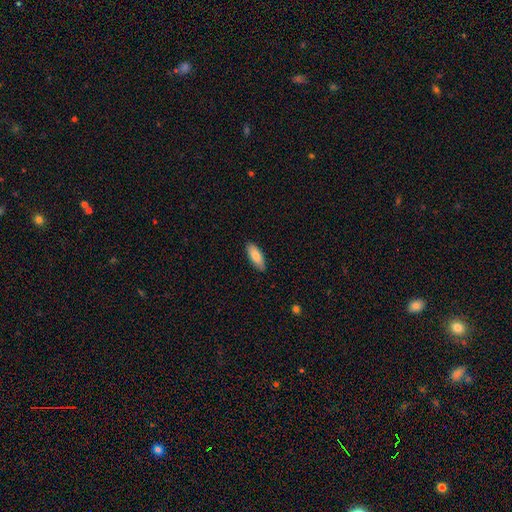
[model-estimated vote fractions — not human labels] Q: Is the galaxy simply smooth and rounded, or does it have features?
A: smooth — 84%.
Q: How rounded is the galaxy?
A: in between — 76%.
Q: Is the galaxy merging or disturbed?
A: none — 86%.